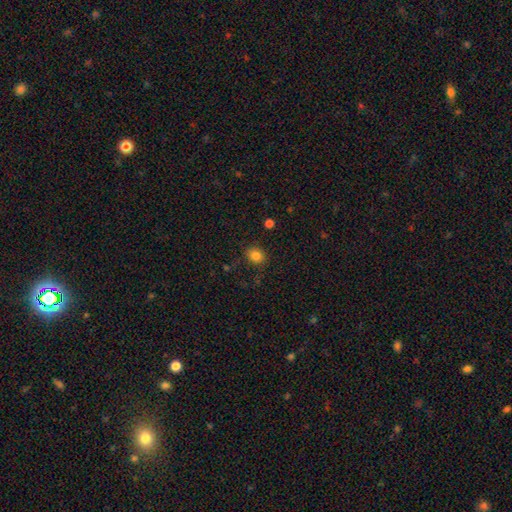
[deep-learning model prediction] smooth 83%, star or artifact 12%, featured or disk 5%. Down the decision tree: how rounded — round (60%); merging — none (83%).